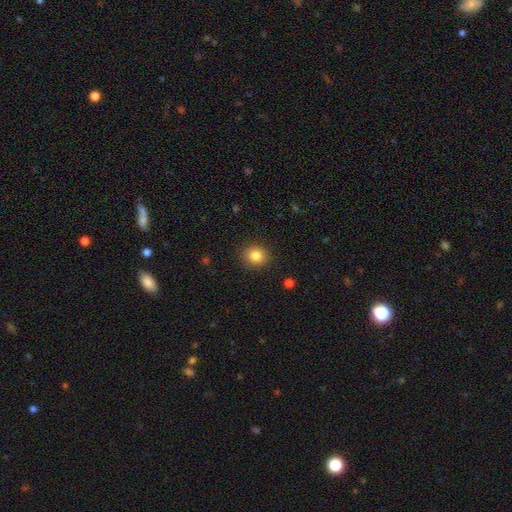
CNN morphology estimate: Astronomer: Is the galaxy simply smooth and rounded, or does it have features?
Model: smooth — 84%.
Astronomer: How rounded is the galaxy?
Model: round — 81%.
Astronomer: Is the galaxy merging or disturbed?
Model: none — 89%.